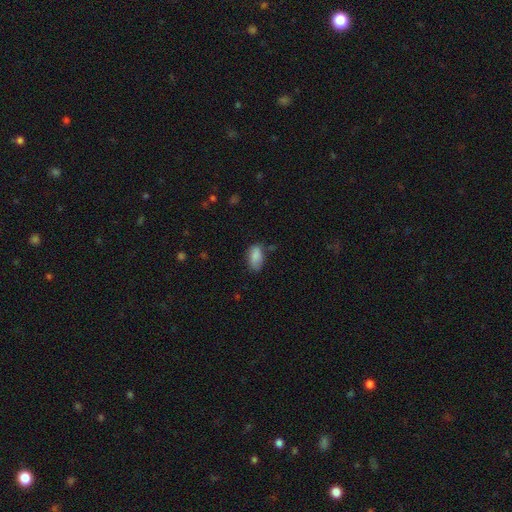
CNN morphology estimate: Smooth or featured: smooth — 86% (star or artifact — 8%)
How rounded: in between — 91% (cigar-shaped — 4%)
Merging: none — 63% (minor disturbance — 27%)